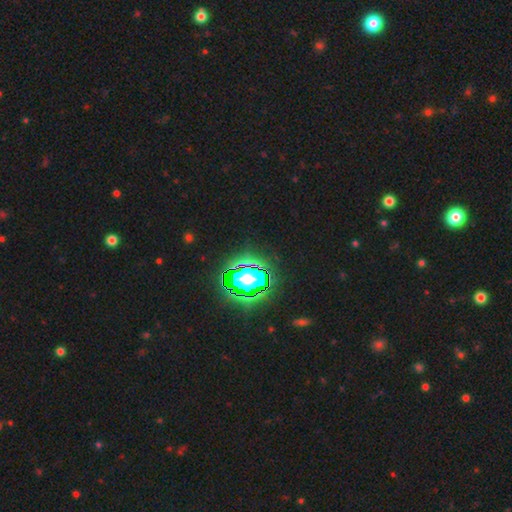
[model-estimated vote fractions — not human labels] Smooth or featured: star or artifact — 84% (smooth — 11%)